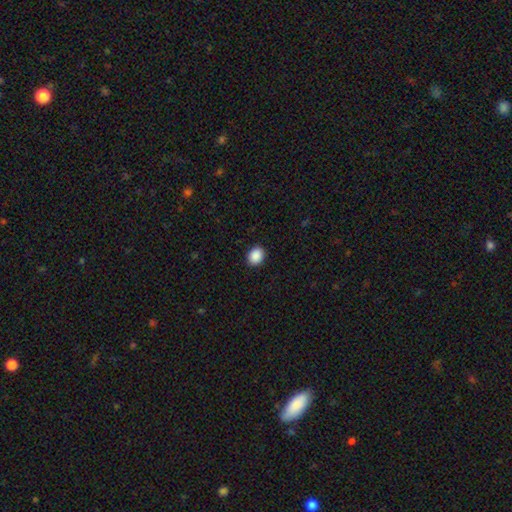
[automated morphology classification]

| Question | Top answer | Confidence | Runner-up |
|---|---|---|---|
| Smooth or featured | smooth | 90% | star or artifact (8%) |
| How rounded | round | 56% | in between (43%) |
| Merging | none | 91% | minor disturbance (6%) |